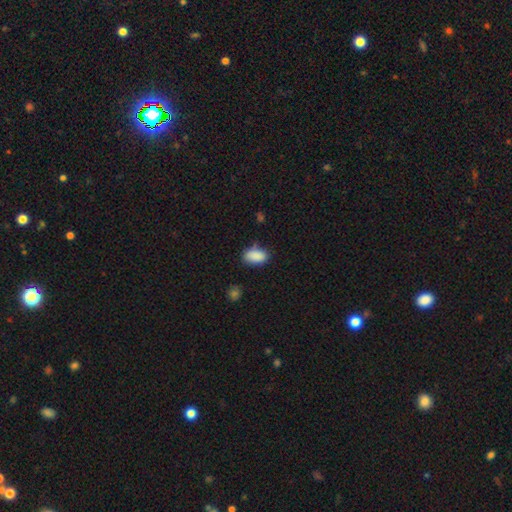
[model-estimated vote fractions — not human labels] Smooth or featured? Predicted: smooth (p=0.88). How rounded? Predicted: in between (p=0.91). Merging? Predicted: none (p=0.72).